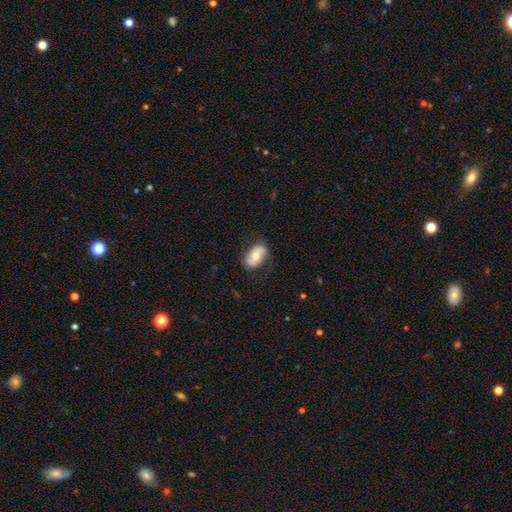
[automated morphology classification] smooth 60%, featured or disk 33%, star or artifact 7%. Down the decision tree: how rounded — in between (89%); merging — none (69%).